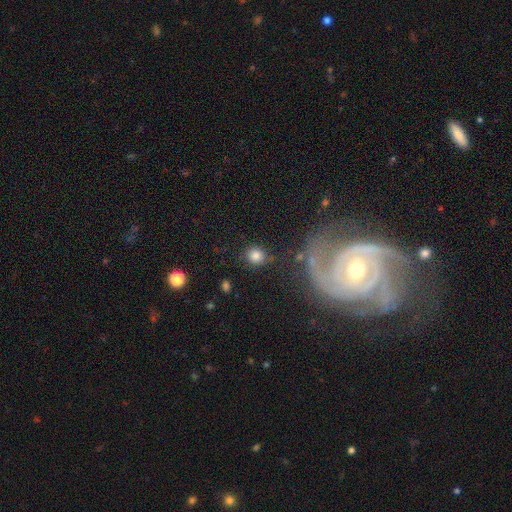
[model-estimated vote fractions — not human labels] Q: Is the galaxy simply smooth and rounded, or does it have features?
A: smooth — 83%.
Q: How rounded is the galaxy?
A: round — 86%.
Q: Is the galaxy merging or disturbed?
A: none — 81%.